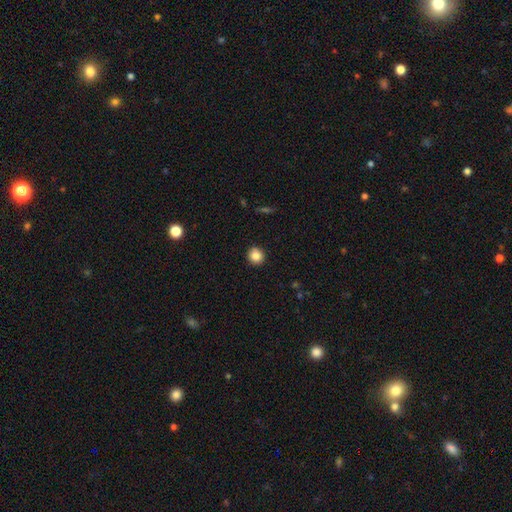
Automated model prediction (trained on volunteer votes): The model was most divided on "smooth or featured": smooth: 85%, star or artifact: 9%, featured or disk: 5%. More confident: merging — none (92%); how rounded — round (90%).